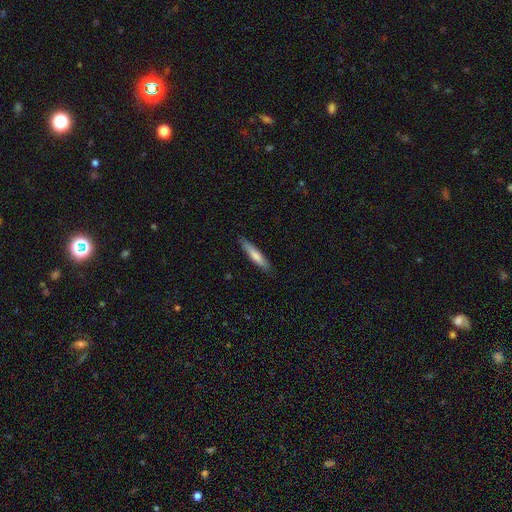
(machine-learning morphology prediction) This appears to be a smooth galaxy with no disk features (72%) that is cigar-shaped (88%). Merging: none (86%).